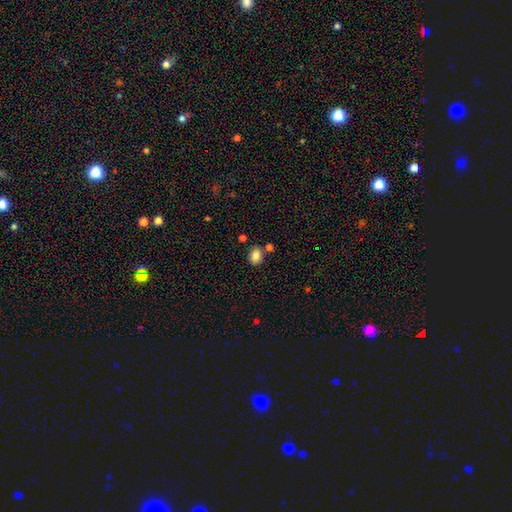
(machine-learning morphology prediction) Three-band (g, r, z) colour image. It shows a smooth galaxy with no disk features (84%) that is in between round and cigar-shaped (62%). Merging: none (75%).